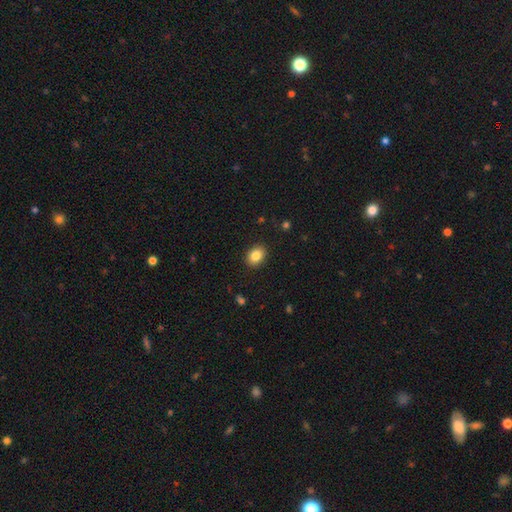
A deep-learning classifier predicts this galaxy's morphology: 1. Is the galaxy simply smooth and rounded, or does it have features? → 85% smooth, 9% star or artifact, 7% featured or disk.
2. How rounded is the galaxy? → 62% in between, 37% round, 1% cigar-shaped.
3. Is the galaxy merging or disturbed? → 90% none, 7% minor disturbance, 2% major disturbance, 1% merger.